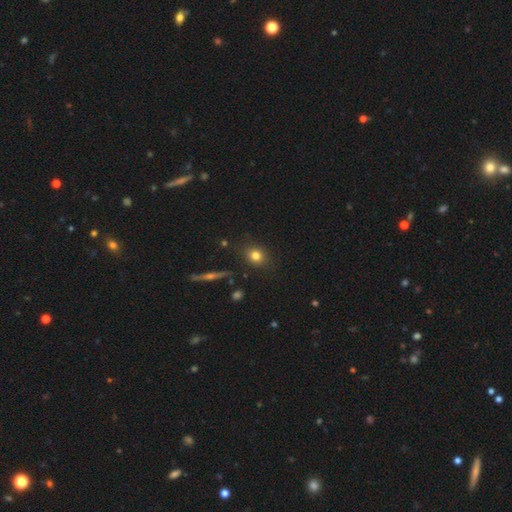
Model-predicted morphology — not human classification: Q: Smooth or featured?
A: smooth (78%); runner-up: star or artifact (12%)
Q: How rounded?
A: round (75%); runner-up: in between (23%)
Q: Merging?
A: none (87%); runner-up: minor disturbance (9%)